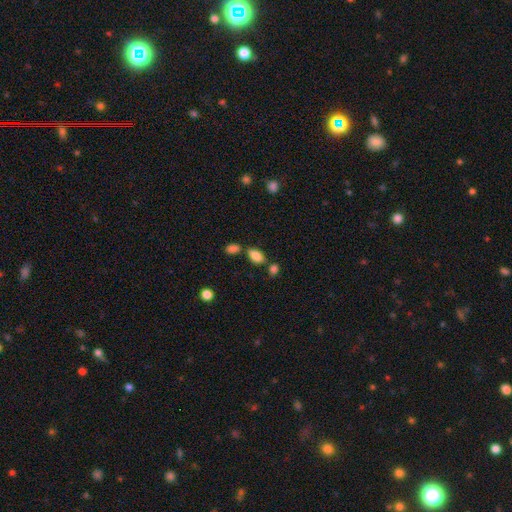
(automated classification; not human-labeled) Q: Smooth or featured?
A: smooth (85%); runner-up: star or artifact (9%)
Q: How rounded?
A: in between (90%); runner-up: round (8%)
Q: Merging?
A: none (65%); runner-up: merger (18%)